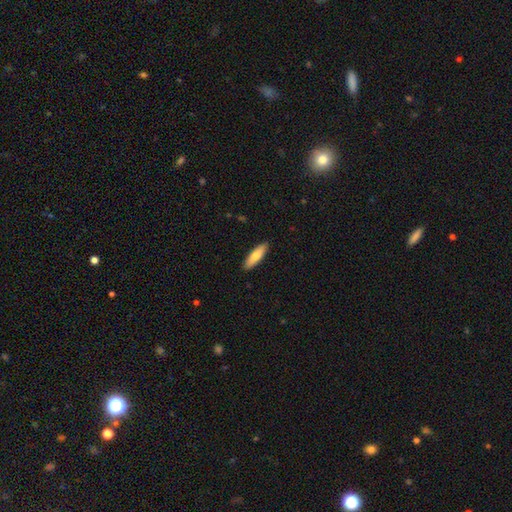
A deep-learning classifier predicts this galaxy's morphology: Overall: smooth (78%). How rounded: cigar-shaped (59%; in between 39%). Merging: none (90%).